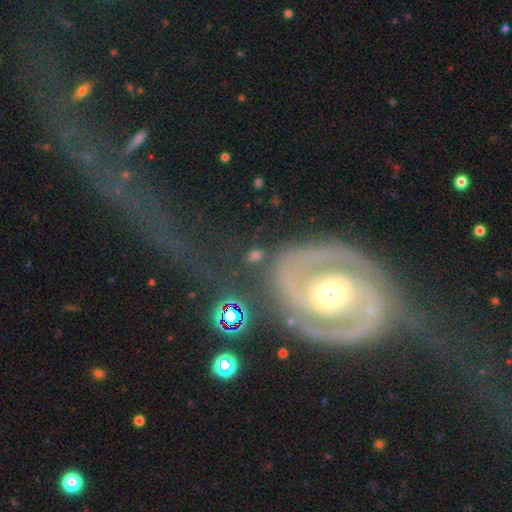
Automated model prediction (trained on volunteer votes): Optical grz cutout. It shows a featured or disk galaxy (89%) with no bar (50%), 2 (86%) tight (50%) spiral arms (95%) and a moderate central bulge (68%). Merging: none (46%).